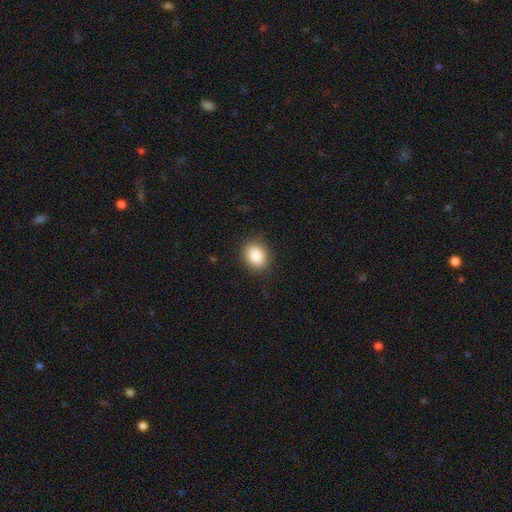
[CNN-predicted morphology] Smooth or featured? smooth (88%)
How rounded? in between (59%)
Merging? none (86%)